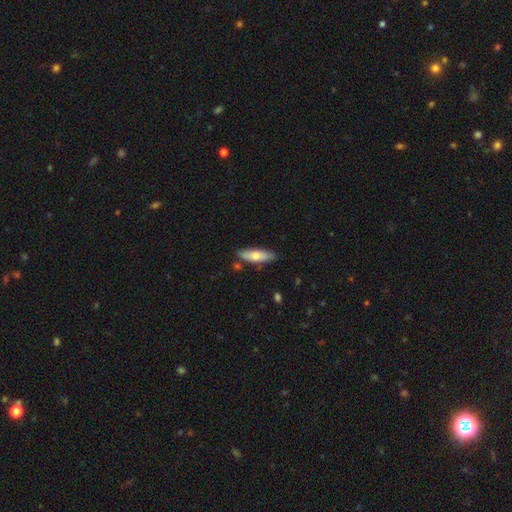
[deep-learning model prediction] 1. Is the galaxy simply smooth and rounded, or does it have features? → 69% smooth, 25% featured or disk, 6% star or artifact.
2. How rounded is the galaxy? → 50% cigar-shaped, 48% in between, 2% round.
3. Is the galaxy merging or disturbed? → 81% none, 14% minor disturbance, 3% merger, 2% major disturbance.